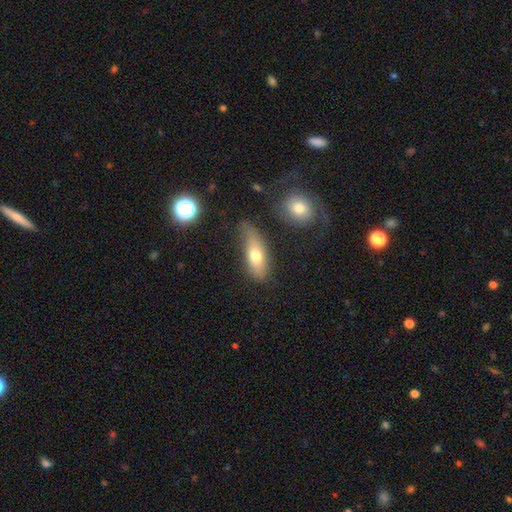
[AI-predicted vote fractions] Smooth or featured? smooth (68%)
How rounded? in between (69%)
Merging? none (59%)